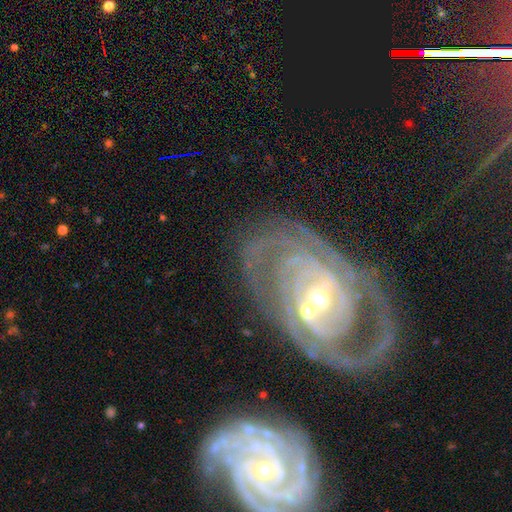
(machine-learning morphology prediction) Smooth or featured: featured or disk — 86% (star or artifact — 8%)
Edge-on disk: no — 96% (yes — 4%)
Bar: no — 45% (weak — 34%)
Spiral arms: yes — 96% (no — 4%)
Spiral winding: tight — 74% (medium — 22%)
Spiral arm count: 2 — 25% (3 — 23%)
Bulge size: small — 60% (moderate — 35%)
Merging: none — 56% (merger — 21%)